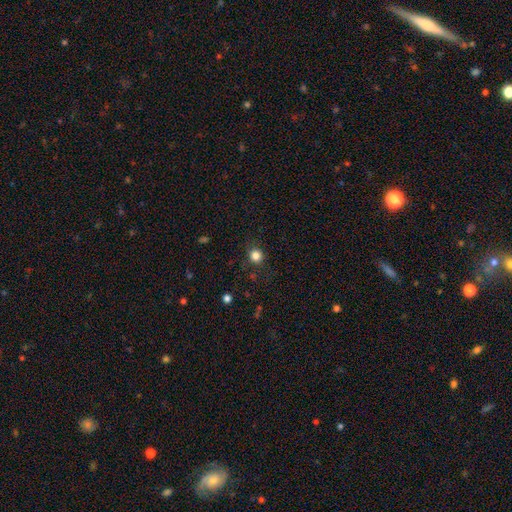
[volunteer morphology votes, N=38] Smooth or featured? 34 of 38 (89%) said smooth. How rounded? 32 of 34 (94%) said round. Merging? 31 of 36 (86%) said none.